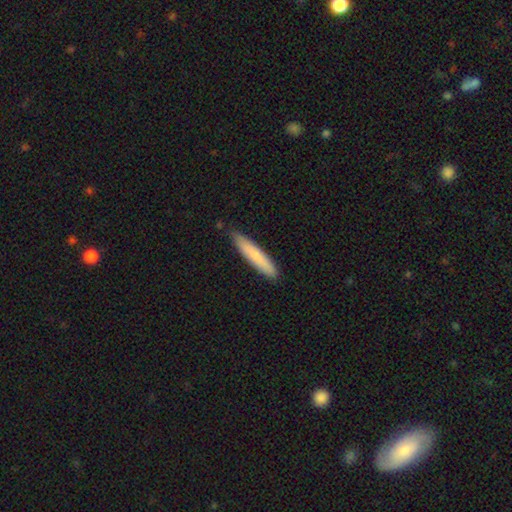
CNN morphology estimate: This is likely a smooth galaxy (78%). How rounded: clearly cigar-shaped (90%). Merging: clearly none (85%).